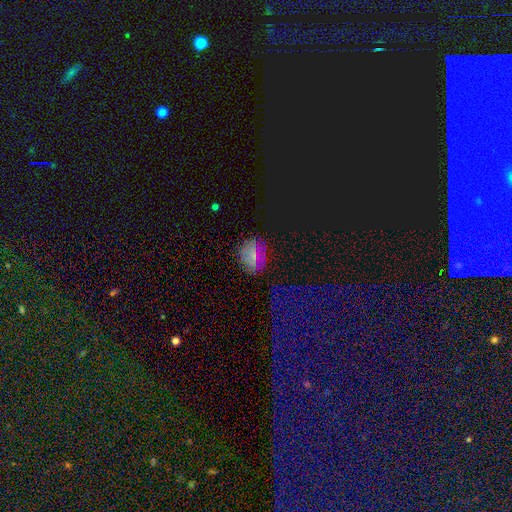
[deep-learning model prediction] smooth_or_featured: smooth (p=0.47) [alt: star or artifact p=0.36]
merging: none (p=0.81) [alt: minor disturbance p=0.13]